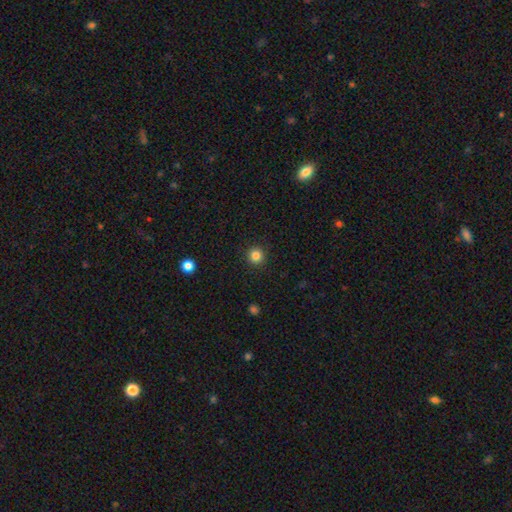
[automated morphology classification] A smooth galaxy with no disk features (84%) that is round (95%). Merging: none (92%).